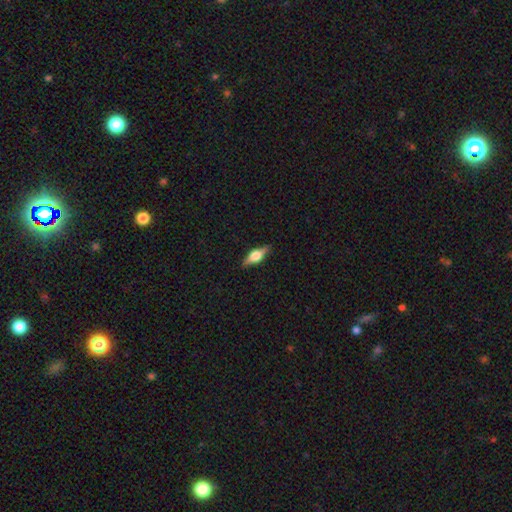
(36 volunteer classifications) Volunteers were most divided on "smooth or featured": featured or disk: 67%, smooth: 28%, star or artifact: 6%. More confident: edge-on disk — yes (96%); edge-on bulge — rounded (87%); merging — none (85%).